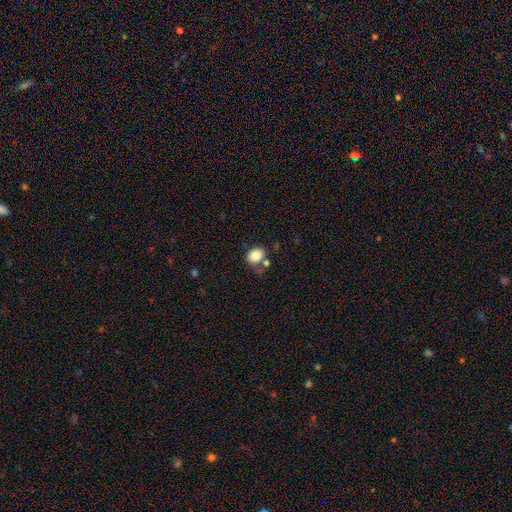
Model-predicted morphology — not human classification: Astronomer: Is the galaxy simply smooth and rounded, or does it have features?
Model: smooth — 85%.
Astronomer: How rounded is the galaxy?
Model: in between — 53% (runner-up: round, 46%).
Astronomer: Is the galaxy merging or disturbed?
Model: none — 59%.